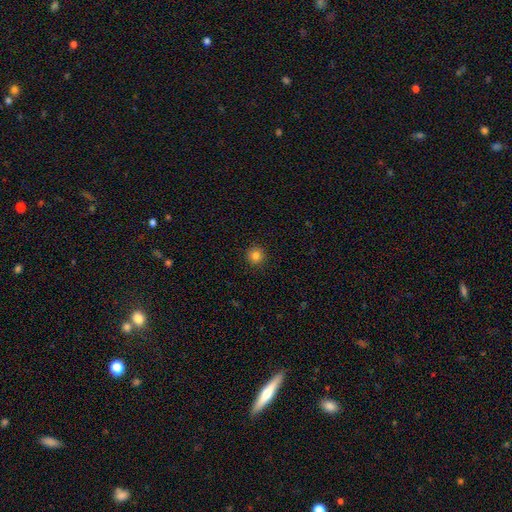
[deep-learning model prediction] This is clearly a smooth galaxy (83%). How rounded: clearly round (95%). Merging: clearly none (93%).